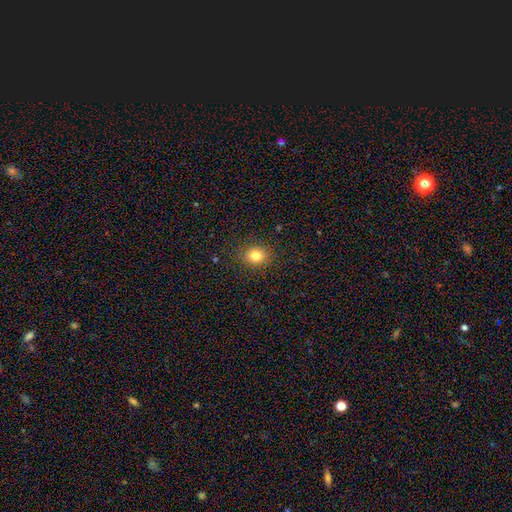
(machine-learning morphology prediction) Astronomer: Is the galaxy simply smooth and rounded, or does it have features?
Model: smooth — 81%.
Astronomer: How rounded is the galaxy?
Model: round — 68%.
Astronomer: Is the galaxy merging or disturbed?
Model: none — 89%.